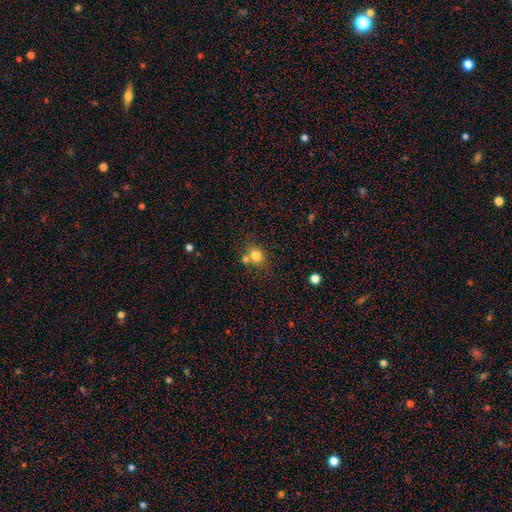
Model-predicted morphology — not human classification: Smooth or featured?
  - smooth: 79% *
  - star or artifact: 12%
  - featured or disk: 9%
How rounded?
  - round: 73% *
  - in between: 26%
  - cigar-shaped: 1%
Merging?
  - none: 59% *
  - merger: 25%
  - minor disturbance: 12%
  - major disturbance: 4%